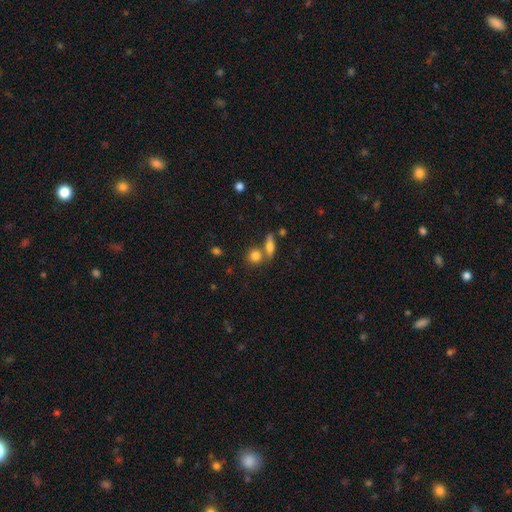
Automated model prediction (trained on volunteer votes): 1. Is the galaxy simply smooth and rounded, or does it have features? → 78% smooth, 12% featured or disk, 10% star or artifact.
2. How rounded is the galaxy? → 69% round, 23% in between, 8% cigar-shaped.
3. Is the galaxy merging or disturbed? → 60% none, 27% merger, 10% minor disturbance, 4% major disturbance.